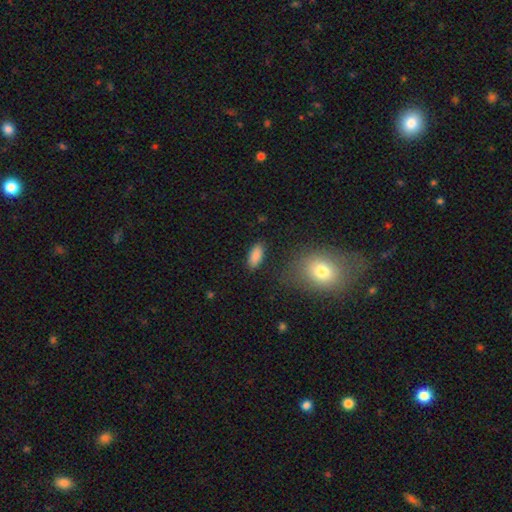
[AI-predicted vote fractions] A smooth galaxy with no disk features (87%) that is in between round and cigar-shaped (86%).

Vote fractions:
- Smooth or featured? smooth: 87% / star or artifact: 8% / featured or disk: 5%
- How rounded? in between: 86% / cigar-shaped: 11% / round: 3%
- Merging? none: 85% / minor disturbance: 10% / major disturbance: 3% / merger: 2%